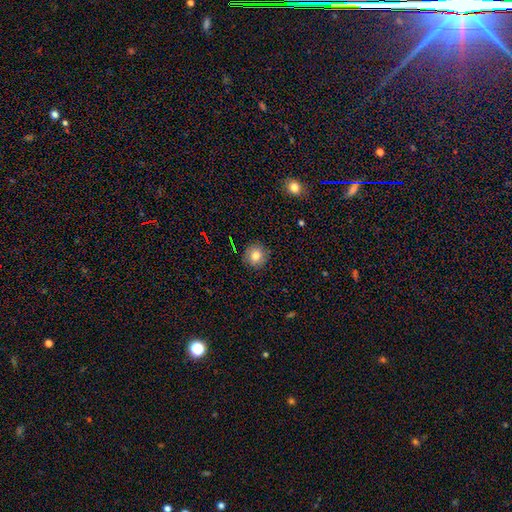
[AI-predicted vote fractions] Smooth or featured?
  - smooth: 79% *
  - star or artifact: 11%
  - featured or disk: 10%
How rounded?
  - round: 92% *
  - in between: 8%
  - cigar-shaped: 1%
Merging?
  - none: 89% *
  - minor disturbance: 8%
  - major disturbance: 2%
  - merger: 1%